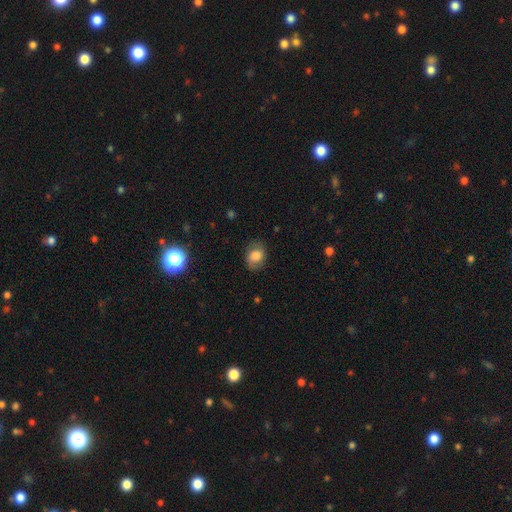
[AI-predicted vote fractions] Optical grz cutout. It shows a smooth galaxy with no disk features (75%) that is in between round and cigar-shaped (58%). Merging: none (74%).